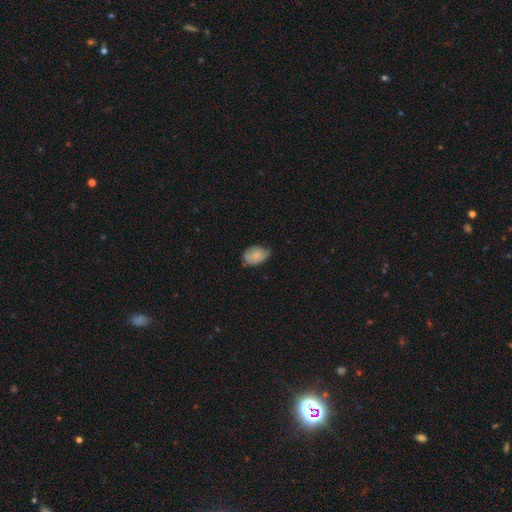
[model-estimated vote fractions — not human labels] This appears to be a smooth galaxy with no disk features (74%) that is in between round and cigar-shaped (78%). Merging: none (49%).